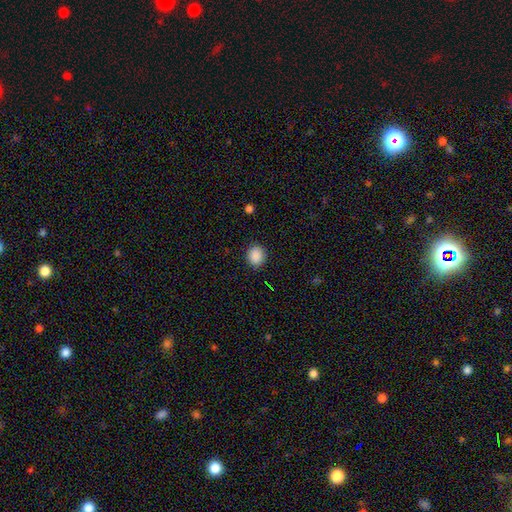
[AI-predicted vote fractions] Smooth or featured: smooth — 89% (star or artifact — 9%)
How rounded: round — 66% (in between — 33%)
Merging: none — 89% (minor disturbance — 8%)